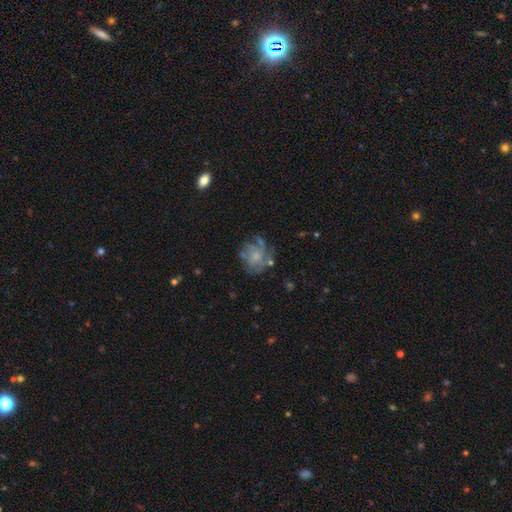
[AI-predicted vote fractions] Morphology: type=featured or disk (61%); edge-on=no (98%); bar=no (82%); spiral arms=yes (66%); bulge=small (47%); merging=none (55%).